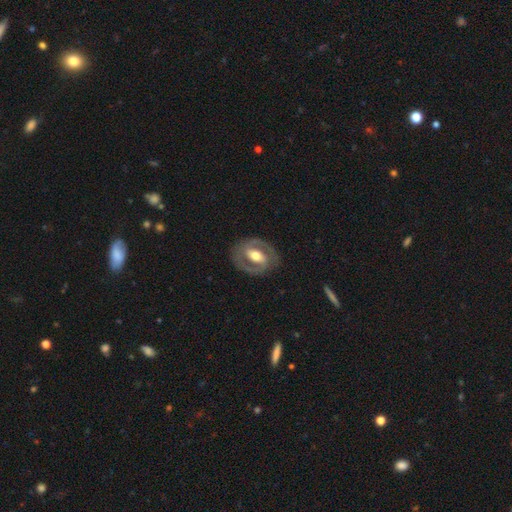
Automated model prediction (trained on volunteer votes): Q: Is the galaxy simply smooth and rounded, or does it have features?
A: featured or disk — 81%.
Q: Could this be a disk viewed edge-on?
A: no — 96%.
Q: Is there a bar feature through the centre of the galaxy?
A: strong — 43%.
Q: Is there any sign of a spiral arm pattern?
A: yes — 81%.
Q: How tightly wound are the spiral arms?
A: medium — 46%.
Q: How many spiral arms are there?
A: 2 — 87%.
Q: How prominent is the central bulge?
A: moderate — 68%.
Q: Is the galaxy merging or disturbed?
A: none — 82%.